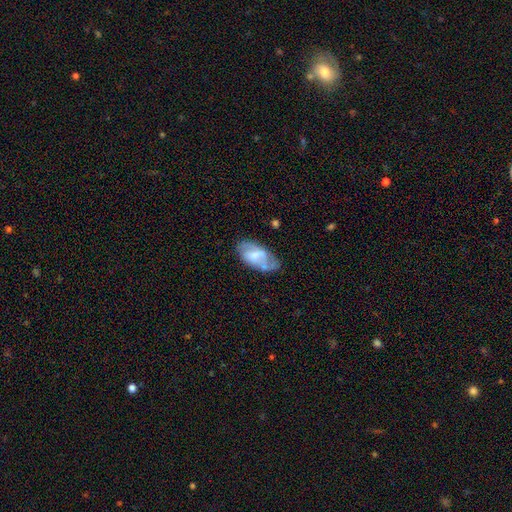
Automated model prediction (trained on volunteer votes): Q: Smooth or featured?
A: featured or disk (48%); runner-up: smooth (45%)
Q: Merging?
A: none (53%); runner-up: minor disturbance (30%)